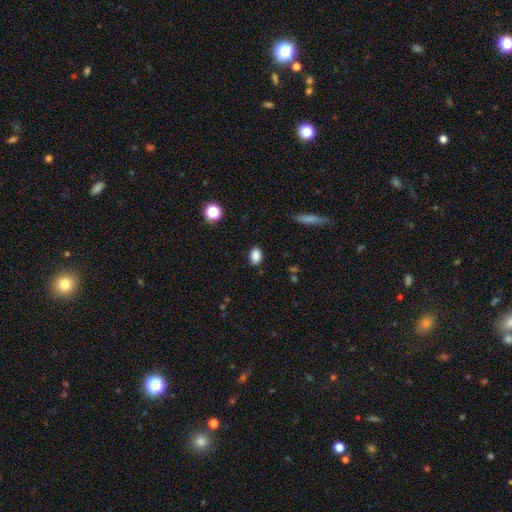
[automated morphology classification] smooth-or-featured: smooth: 86% | star or artifact: 10% | featured or disk: 4%
  how-rounded: in between: 81% | round: 17% | cigar-shaped: 2%
  merging: none: 86% | minor disturbance: 11% | major disturbance: 2% | merger: 1%